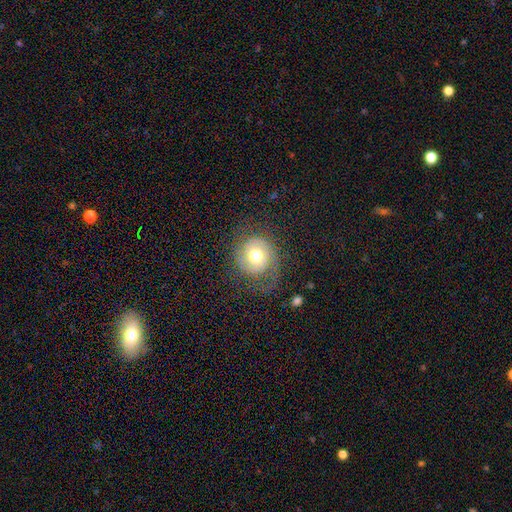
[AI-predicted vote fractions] Q: Smooth or featured?
A: featured or disk (53%); runner-up: smooth (39%)
Q: Edge-on disk?
A: no (97%); runner-up: yes (3%)
Q: Bar?
A: no (74%); runner-up: weak (22%)
Q: Spiral arms?
A: yes (82%); runner-up: no (18%)
Q: Bulge size?
A: moderate (72%); runner-up: large (15%)
Q: Merging?
A: none (59%); runner-up: minor disturbance (20%)